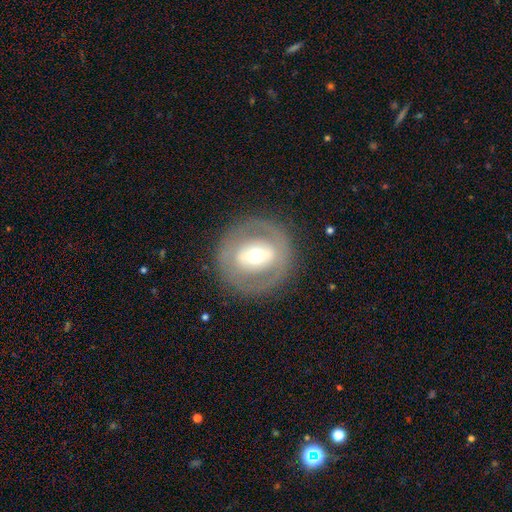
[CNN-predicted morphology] Smooth or featured?
  - featured or disk: 56% *
  - smooth: 36%
  - star or artifact: 7%
Edge-on disk?
  - no: 93% *
  - yes: 7%
Bar?
  - no: 41% *
  - strong: 31%
  - weak: 28%
Spiral arms?
  - no: 83% *
  - yes: 17%
Bulge size?
  - moderate: 59% *
  - small: 24%
  - large: 14%
  - dominant: 2%
  - none: 1%
Merging?
  - none: 83% *
  - minor disturbance: 9%
  - major disturbance: 6%
  - merger: 1%